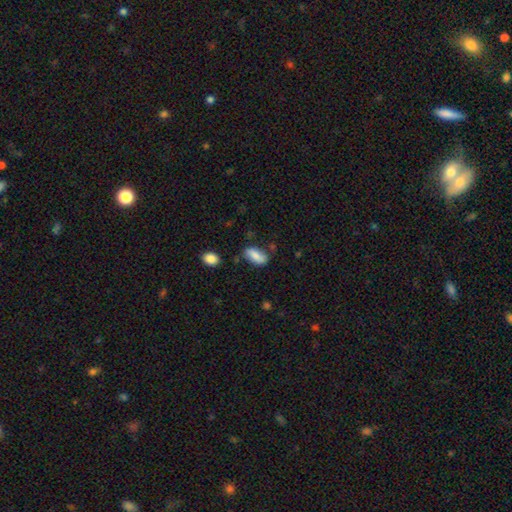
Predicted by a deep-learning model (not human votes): Overall: smooth (79%). How rounded: in between (87%). Merging: none (70%).